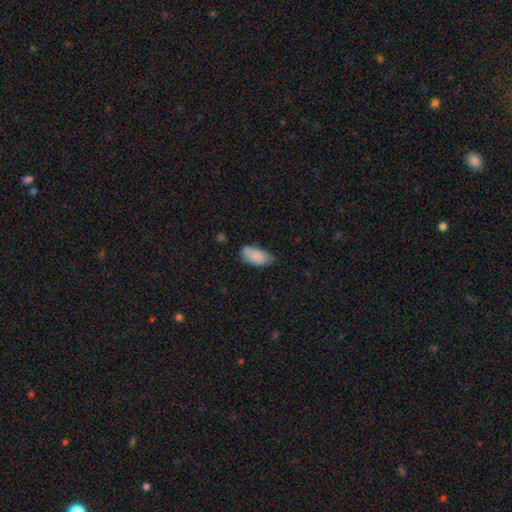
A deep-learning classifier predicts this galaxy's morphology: Overall: smooth (83%). How rounded: in between (92%). Merging: none (53%; minor disturbance 35%).